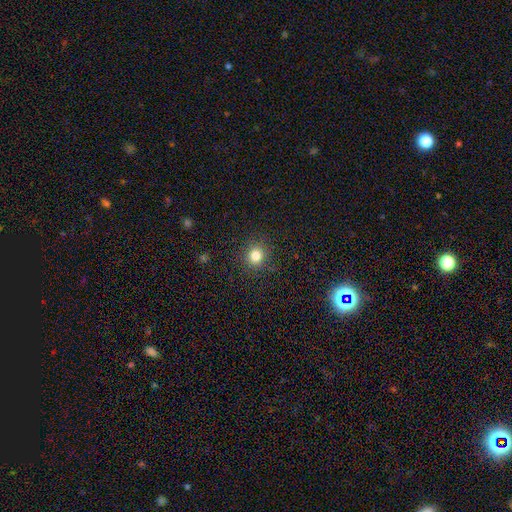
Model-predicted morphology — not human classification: A smooth galaxy with no disk features (81%) that is round (86%).

Vote fractions:
- Smooth or featured? smooth: 81% / star or artifact: 13% / featured or disk: 5%
- How rounded? round: 86% / in between: 13% / cigar-shaped: 1%
- Merging? none: 90% / minor disturbance: 7% / major disturbance: 3% / merger: 1%